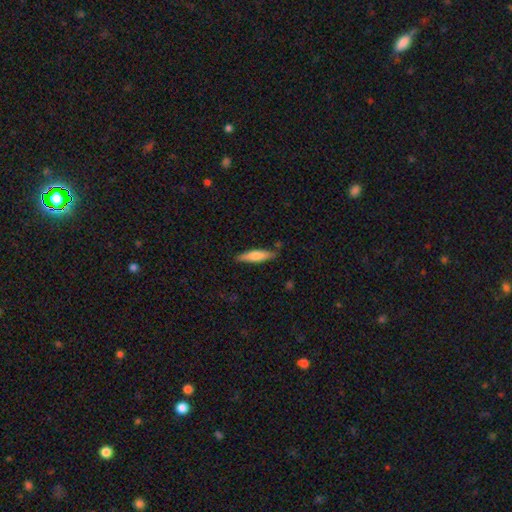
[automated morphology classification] Smooth or featured: smooth — 69% (featured or disk — 25%)
How rounded: cigar-shaped — 74% (in between — 25%)
Merging: none — 83% (minor disturbance — 12%)